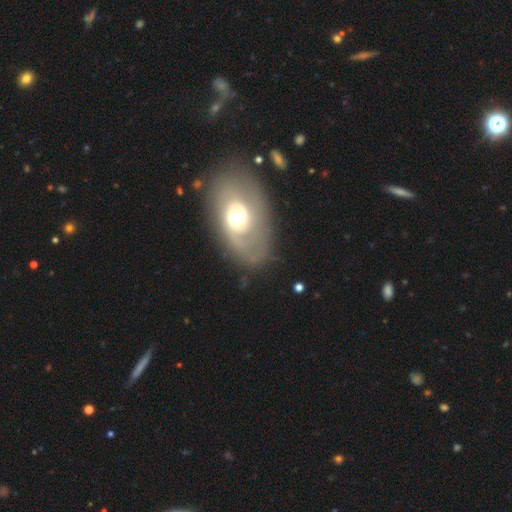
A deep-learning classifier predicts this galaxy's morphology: Smooth or featured: featured or disk — 65% (smooth — 27%)
Edge-on disk: no — 94% (yes — 6%)
Bar: no — 77% (weak — 18%)
Spiral arms: yes — 55% (no — 45%)
Bulge size: moderate — 64% (large — 26%)
Merging: none — 71% (minor disturbance — 17%)